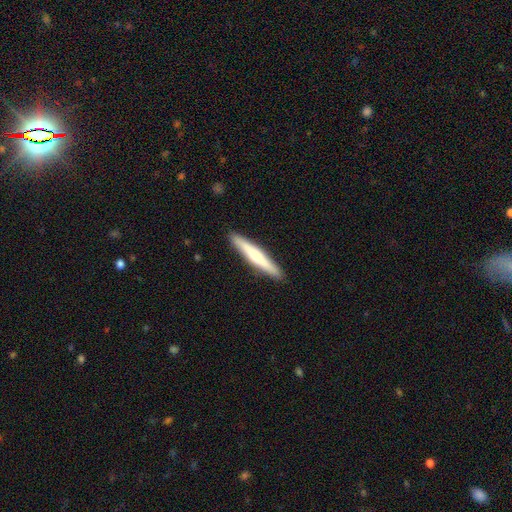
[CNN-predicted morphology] Smooth or featured?
  - smooth: 53% *
  - featured or disk: 43%
  - star or artifact: 5%
How rounded?
  - cigar-shaped: 94% *
  - in between: 5%
  - round: 1%
Merging?
  - none: 91% *
  - minor disturbance: 6%
  - major disturbance: 1%
  - merger: 1%